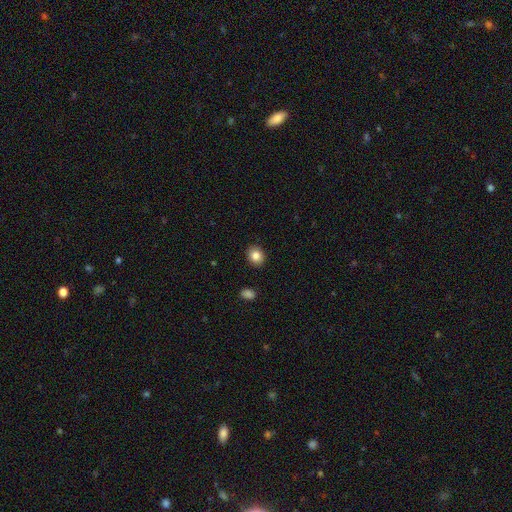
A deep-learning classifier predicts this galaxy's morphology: The model was most divided on "how rounded": round: 60%, in between: 39%, cigar-shaped: 1%. More confident: merging — none (90%); smooth or featured — smooth (85%).